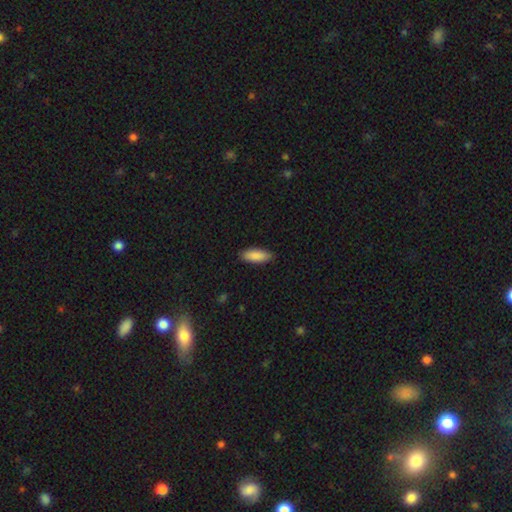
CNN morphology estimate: Smooth or featured: smooth — 89% (star or artifact — 6%)
How rounded: in between — 67% (cigar-shaped — 31%)
Merging: none — 88% (minor disturbance — 9%)